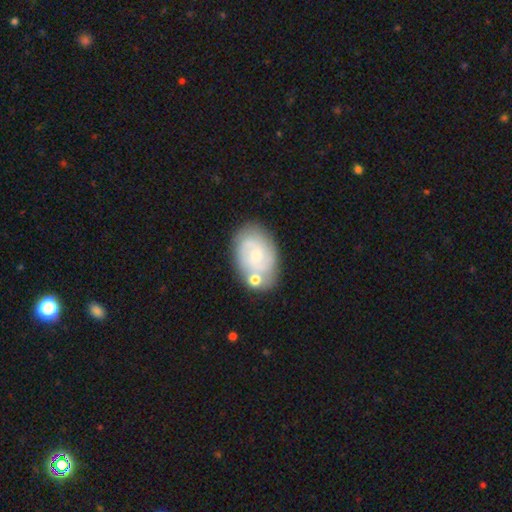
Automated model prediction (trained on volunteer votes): The model was most divided on "spiral winding": tight: 50%, medium: 38%, loose: 12%. More confident: edge-on disk — no (97%); spiral arms — yes (87%); bar — no (66%); merging — none (66%); smooth or featured — featured or disk (64%); bulge size — small (53%); spiral arm count — 2 (50%).